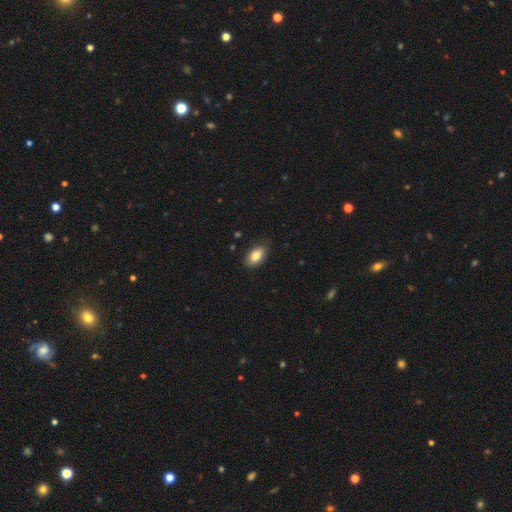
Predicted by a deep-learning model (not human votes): A smooth galaxy with no disk features (85%) that is in between round and cigar-shaped (92%).

Vote fractions:
- Smooth or featured? smooth: 85% / featured or disk: 8% / star or artifact: 7%
- How rounded? in between: 92% / round: 6% / cigar-shaped: 2%
- Merging? none: 83% / minor disturbance: 13% / major disturbance: 3% / merger: 1%